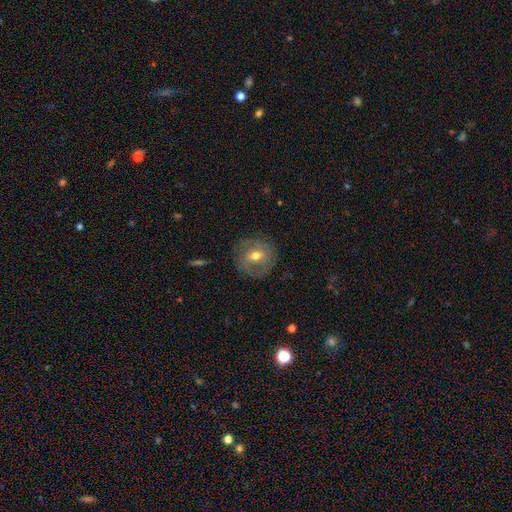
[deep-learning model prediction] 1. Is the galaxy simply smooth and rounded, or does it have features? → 53% featured or disk, 38% smooth, 9% star or artifact.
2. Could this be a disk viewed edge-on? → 95% no, 5% yes.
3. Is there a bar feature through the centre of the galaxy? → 42% weak, 41% no, 17% strong.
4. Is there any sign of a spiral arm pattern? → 58% yes, 42% no.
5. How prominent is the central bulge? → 73% moderate, 21% small, 4% large, 1% none, 1% dominant.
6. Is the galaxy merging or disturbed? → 81% none, 13% minor disturbance, 5% major disturbance, 1% merger.